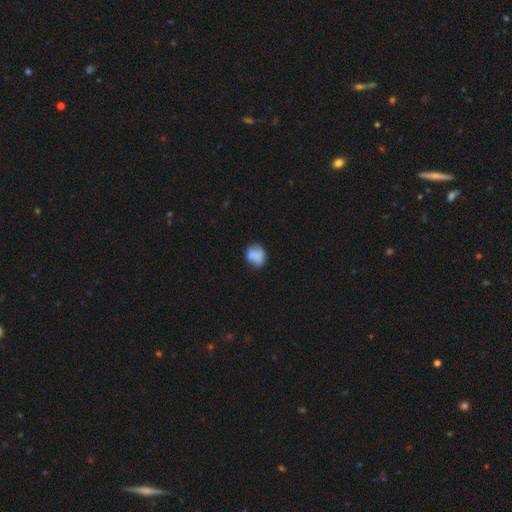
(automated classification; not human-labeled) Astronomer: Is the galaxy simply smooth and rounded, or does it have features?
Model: smooth — 73%.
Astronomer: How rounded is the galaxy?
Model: round — 58% (runner-up: in between, 41%).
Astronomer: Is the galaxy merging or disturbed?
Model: none — 48% (runner-up: minor disturbance, 26%).